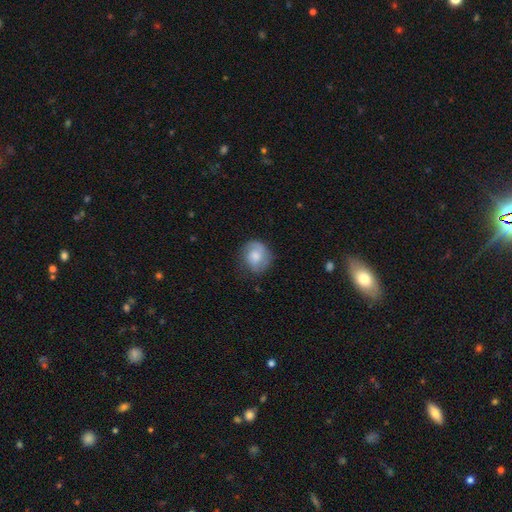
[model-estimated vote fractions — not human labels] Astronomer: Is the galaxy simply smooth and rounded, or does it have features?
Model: smooth — 58% (runner-up: featured or disk, 35%).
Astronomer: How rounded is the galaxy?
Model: round — 77%.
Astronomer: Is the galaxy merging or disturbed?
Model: none — 69%.